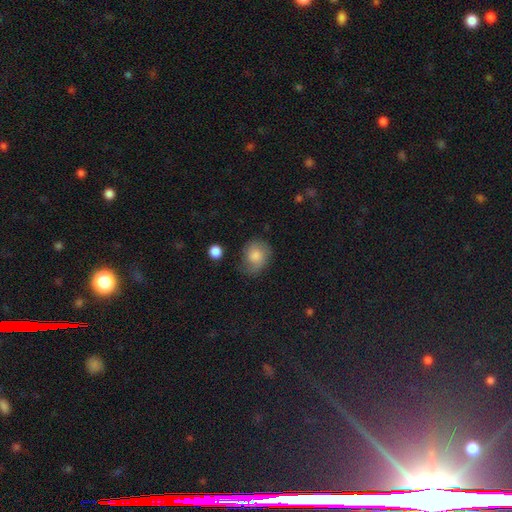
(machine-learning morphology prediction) Overall: smooth (66%). How rounded: round (60%; in between 39%). Merging: none (57%; minor disturbance 28%).